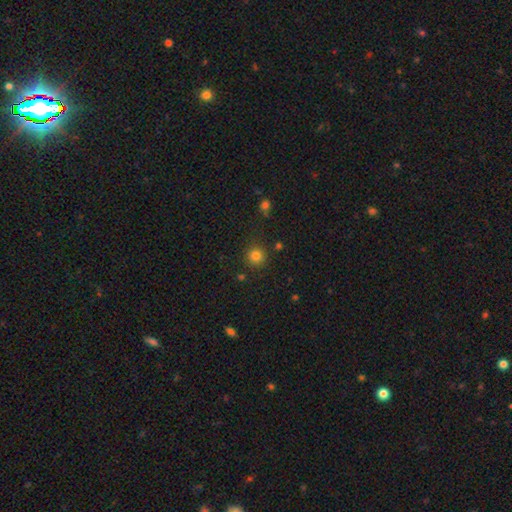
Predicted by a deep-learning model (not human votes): Q: Smooth or featured?
A: smooth (80%); runner-up: star or artifact (14%)
Q: How rounded?
A: round (93%); runner-up: in between (6%)
Q: Merging?
A: none (86%); runner-up: minor disturbance (8%)